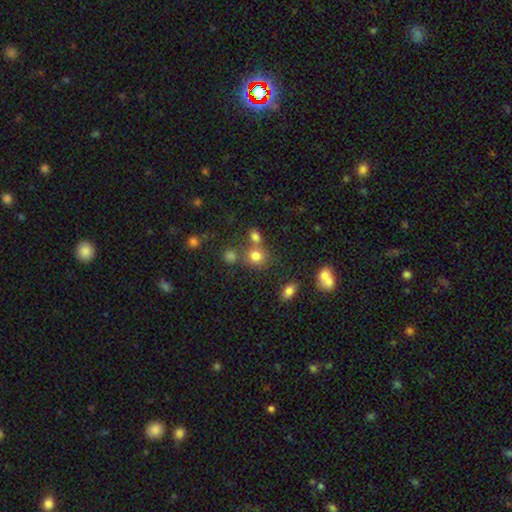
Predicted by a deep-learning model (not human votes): Overall: smooth (77%). How rounded: round (78%). Merging: none (58%; merger 27%).